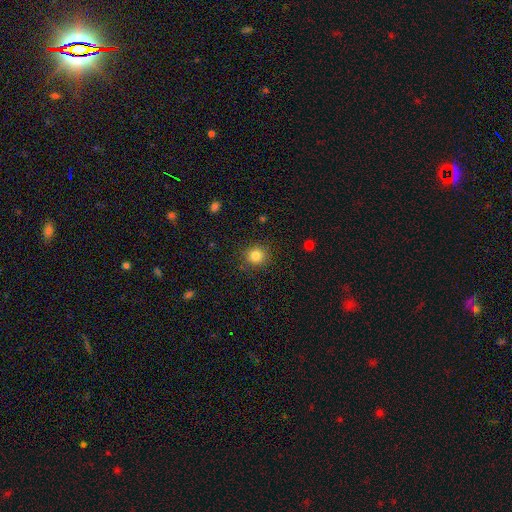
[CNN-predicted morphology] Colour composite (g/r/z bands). It shows a smooth galaxy with no disk features (83%) that is round (90%). Merging: none (88%).